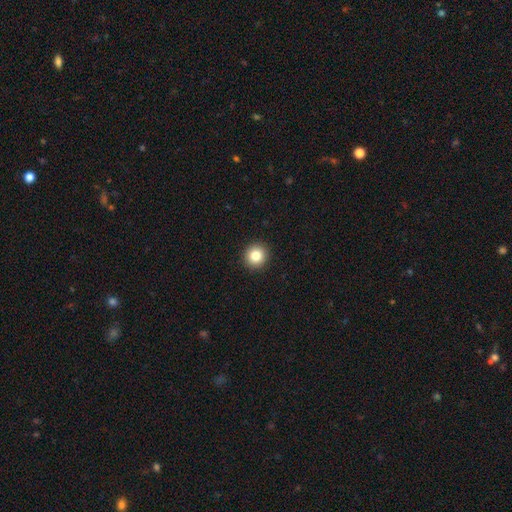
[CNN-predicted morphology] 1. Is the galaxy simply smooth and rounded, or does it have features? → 83% smooth, 10% star or artifact, 7% featured or disk.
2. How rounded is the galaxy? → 94% round, 5% in between, 1% cigar-shaped.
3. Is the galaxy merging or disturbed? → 93% none, 4% minor disturbance, 1% major disturbance, 1% merger.